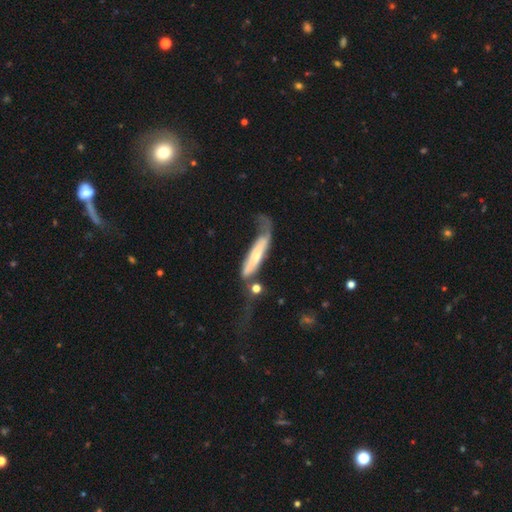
Overall: smooth (55%; featured or disk 42%). How rounded: cigar-shaped (86%). Merging: major disturbance (56%; minor disturbance 28%).